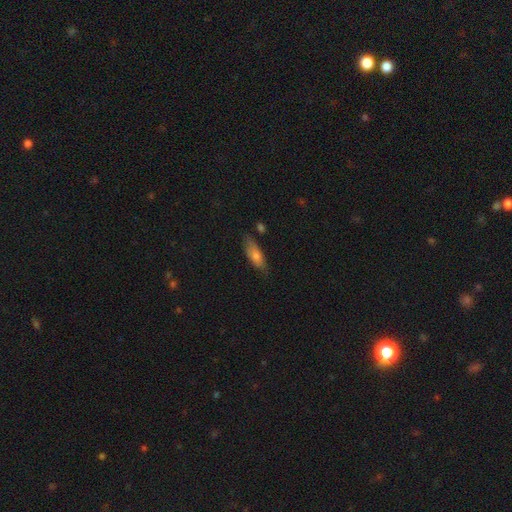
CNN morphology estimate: Smooth or featured: smooth — 69% (featured or disk — 24%)
How rounded: in between — 63% (cigar-shaped — 34%)
Merging: none — 70% (minor disturbance — 22%)